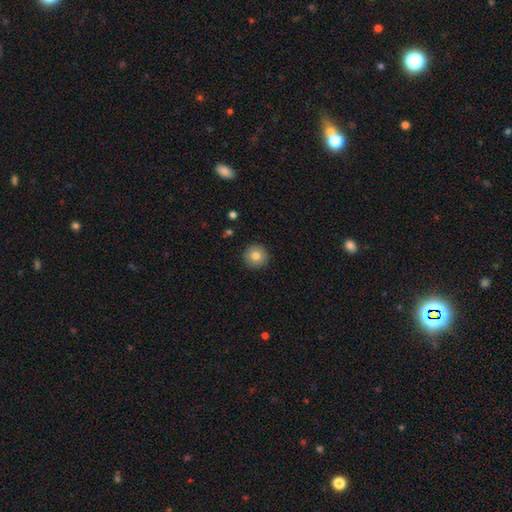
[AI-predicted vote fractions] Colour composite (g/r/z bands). It shows a smooth galaxy with no disk features (82%) that is round (96%). Merging: none (92%).